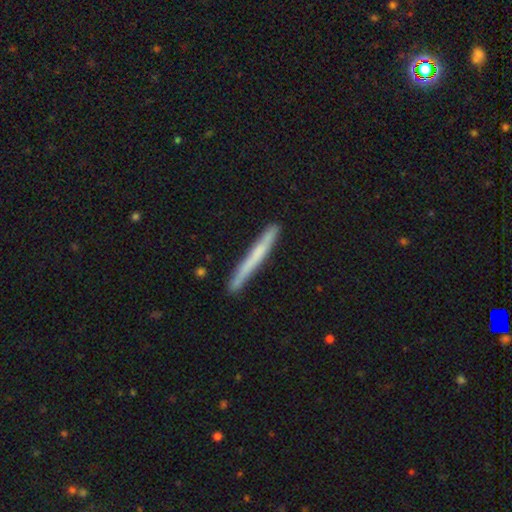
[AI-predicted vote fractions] Q: Smooth or featured?
A: smooth (55%); runner-up: featured or disk (39%)
Q: How rounded?
A: cigar-shaped (97%); runner-up: in between (2%)
Q: Merging?
A: none (89%); runner-up: minor disturbance (9%)